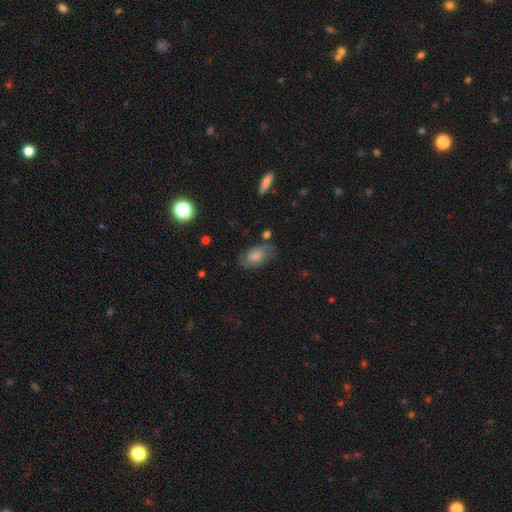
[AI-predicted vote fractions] Smooth or featured? Predicted: smooth (p=0.46). Merging? Predicted: none (p=0.62).